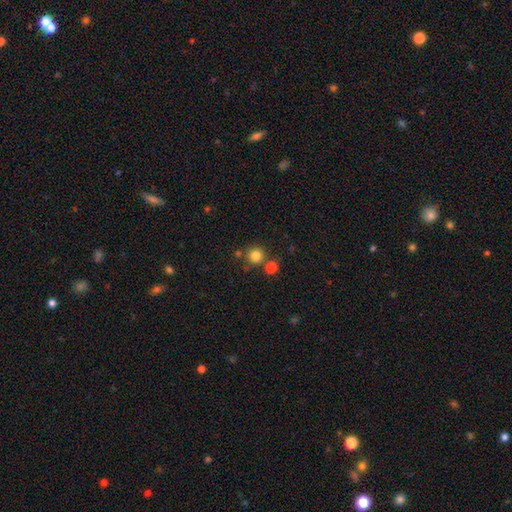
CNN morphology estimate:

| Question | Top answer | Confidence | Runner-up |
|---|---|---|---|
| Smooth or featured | smooth | 81% | star or artifact (14%) |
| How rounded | round | 93% | in between (6%) |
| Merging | none | 75% | merger (14%) |